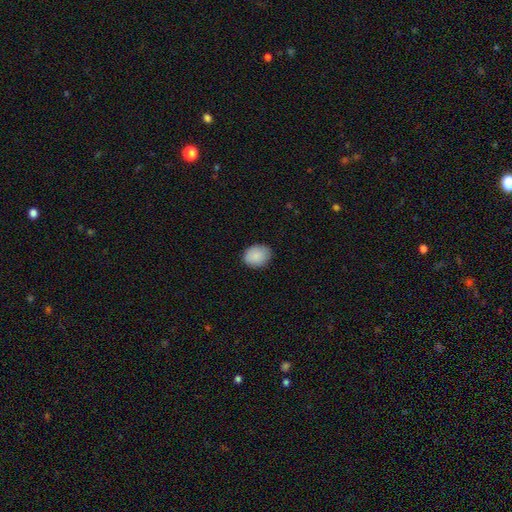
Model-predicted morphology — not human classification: Smooth or featured: smooth — 88% (star or artifact — 7%)
How rounded: in between — 53% (round — 46%)
Merging: none — 84% (minor disturbance — 13%)